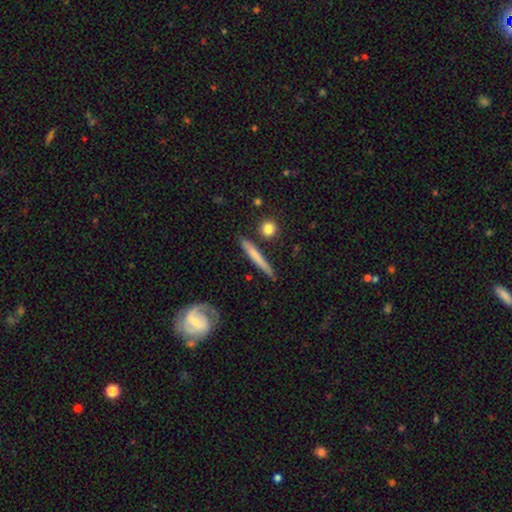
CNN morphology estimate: type=smooth (54%); roundness=cigar-shaped (89%); merging=none (85%).